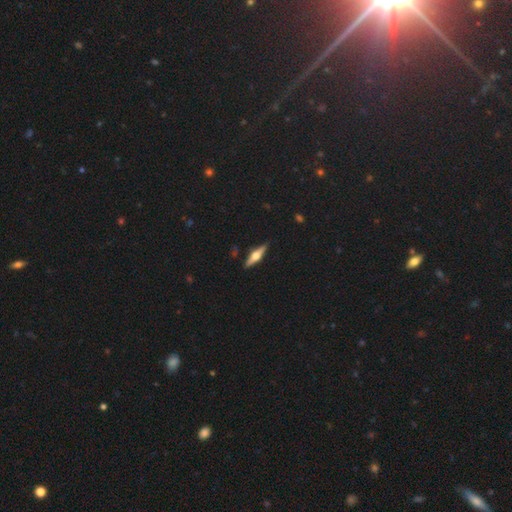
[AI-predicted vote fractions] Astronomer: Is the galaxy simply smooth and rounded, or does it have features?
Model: featured or disk — 69%.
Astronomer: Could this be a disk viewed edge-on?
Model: yes — 97%.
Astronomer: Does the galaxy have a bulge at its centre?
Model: rounded — 94%.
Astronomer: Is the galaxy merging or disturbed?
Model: none — 89%.